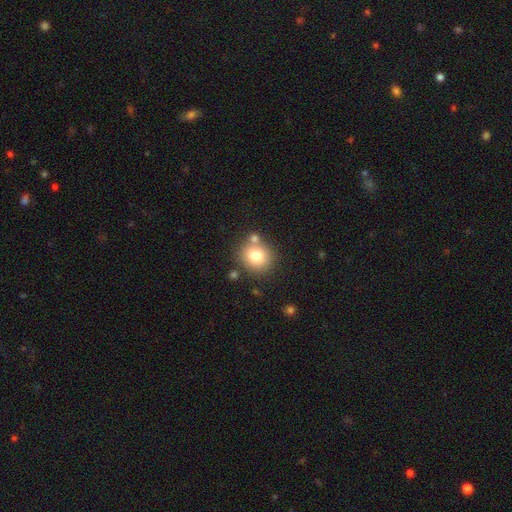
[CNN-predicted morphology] This appears to be a smooth galaxy with no disk features (77%) that is round (82%). Merging: none (70%).